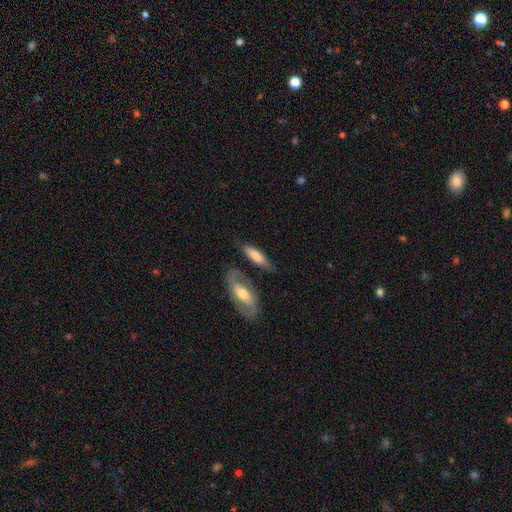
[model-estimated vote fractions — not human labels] Smooth or featured? Predicted: smooth (p=0.62). How rounded? Predicted: in between (p=0.50). Merging? Predicted: none (p=0.65).